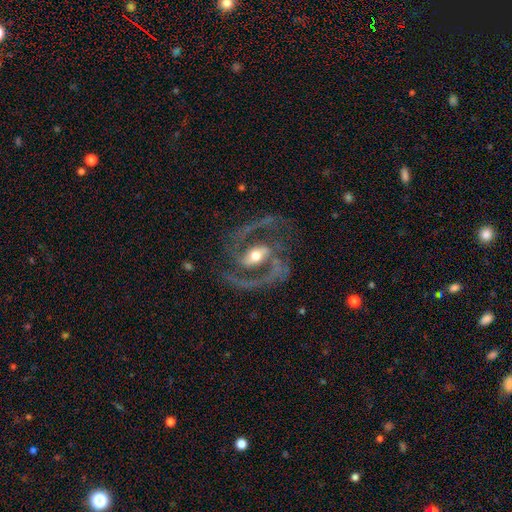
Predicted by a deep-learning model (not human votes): This is clearly a featured or disk galaxy (92%). It is clearly not viewed edge-on (97%). Bar: possibly strong (48%). Spiral arm pattern: clearly yes (97%). Spiral arm count: clearly 2 (94%). Spiral winding: likely medium (63%). Central bulge: likely moderate (64%). Merging: clearly none (82%).